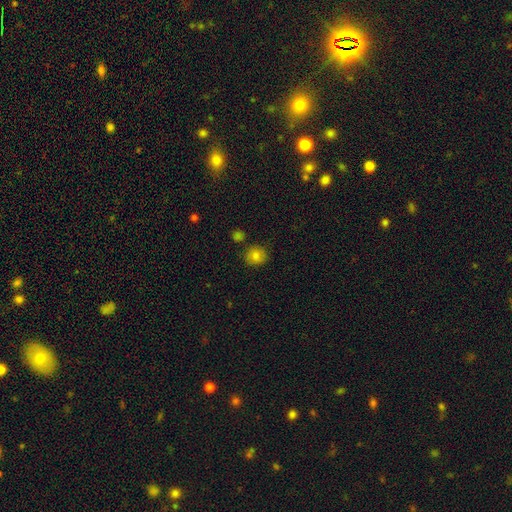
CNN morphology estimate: type=smooth (82%); roundness=round (84%); merging=none (82%).